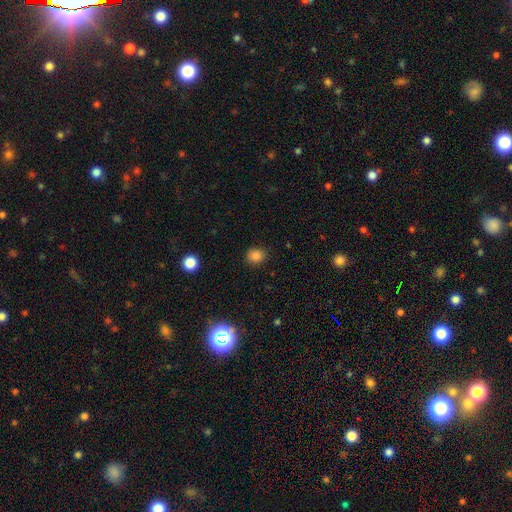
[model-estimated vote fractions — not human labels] Smooth or featured? Predicted: smooth (p=0.83). How rounded? Predicted: round (p=0.76). Merging? Predicted: none (p=0.88).